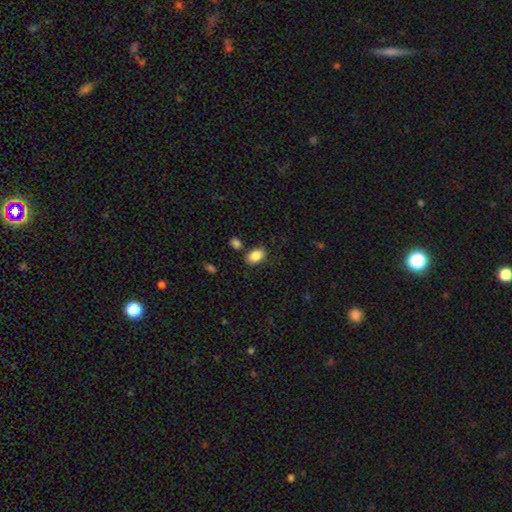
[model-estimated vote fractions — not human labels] This appears to be a smooth galaxy with no disk features (87%) that is in between round and cigar-shaped (87%). Merging: none (78%).